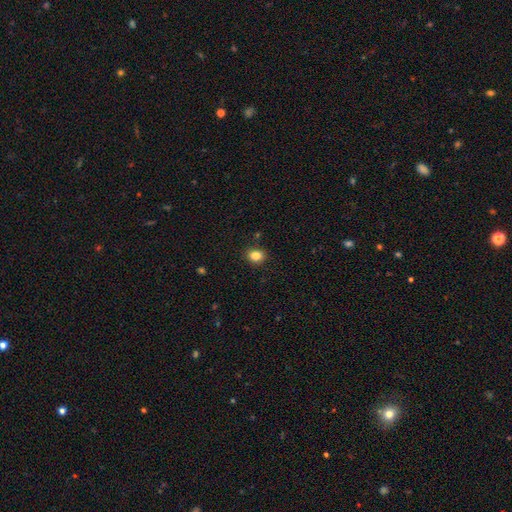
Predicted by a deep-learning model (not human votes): Morphology: type=smooth (83%); roundness=round (52%); merging=none (88%).